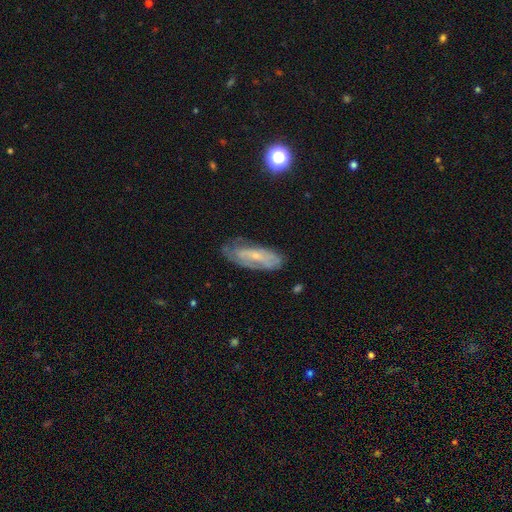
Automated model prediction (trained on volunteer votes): A featured or disk galaxy (57%).

Vote fractions:
- Smooth or featured? featured or disk: 57% / smooth: 34% / star or artifact: 9%
- Edge-on disk? no: 79% / yes: 21%
- Merging? none: 68% / minor disturbance: 23% / major disturbance: 7% / merger: 2%